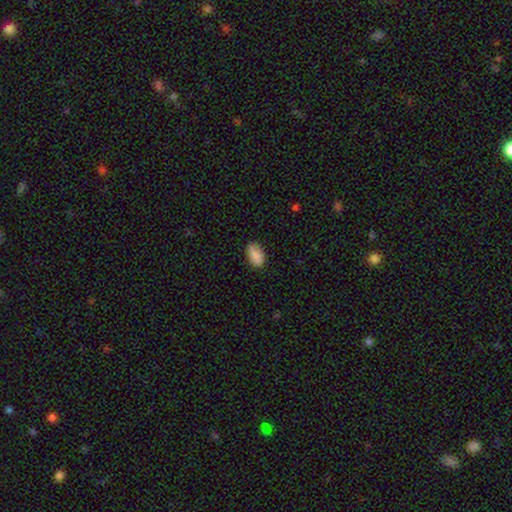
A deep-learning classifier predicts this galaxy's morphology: smooth-or-featured: smooth: 87% | star or artifact: 8% | featured or disk: 6%
  how-rounded: in between: 92% | round: 6% | cigar-shaped: 3%
  merging: none: 77% | minor disturbance: 18% | major disturbance: 3% | merger: 1%